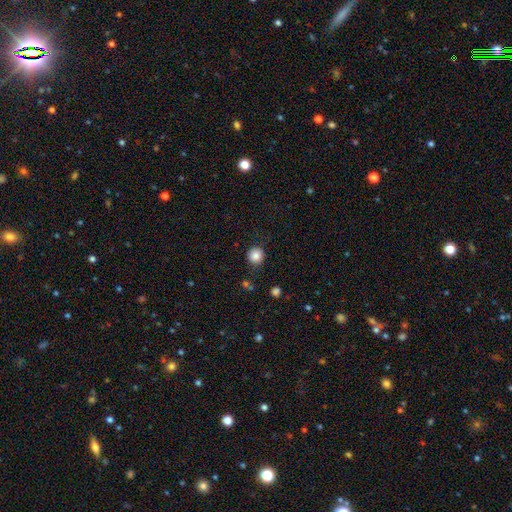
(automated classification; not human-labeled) This appears to be a smooth galaxy with no disk features (85%) that is round (91%). Merging: none (86%).